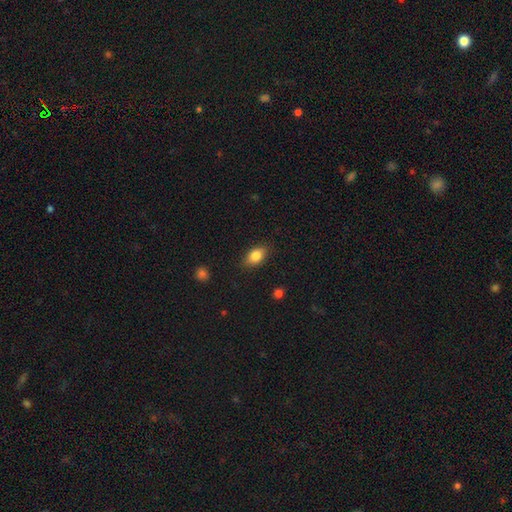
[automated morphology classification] Smooth or featured?
  - smooth: 83% *
  - featured or disk: 9%
  - star or artifact: 8%
How rounded?
  - in between: 85% *
  - round: 12%
  - cigar-shaped: 3%
Merging?
  - none: 85% *
  - minor disturbance: 11%
  - major disturbance: 3%
  - merger: 1%